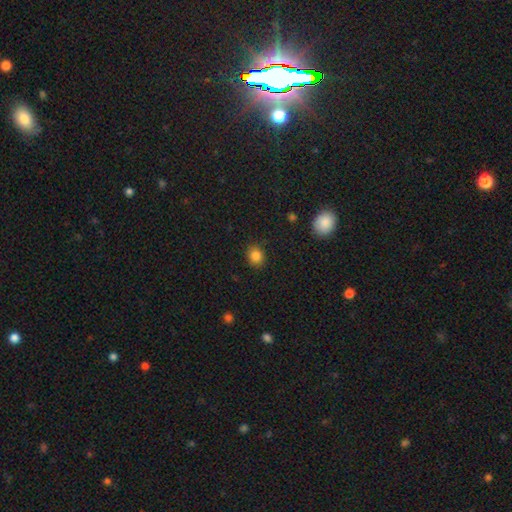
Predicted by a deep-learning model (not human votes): The model was most divided on "how rounded": round: 69%, in between: 30%, cigar-shaped: 1%. More confident: merging — none (88%); smooth or featured — smooth (84%).